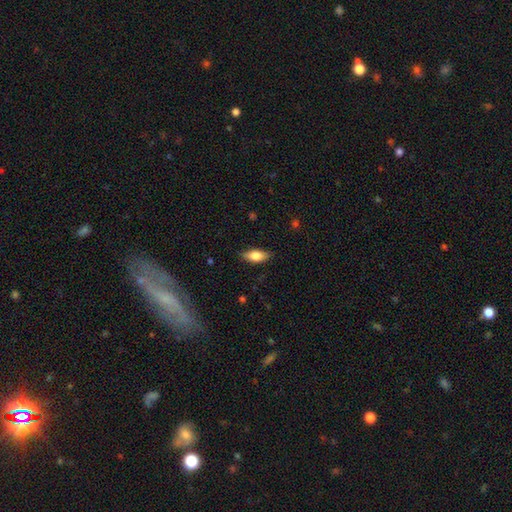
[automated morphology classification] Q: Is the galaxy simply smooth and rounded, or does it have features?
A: smooth — 75%.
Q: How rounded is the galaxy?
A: in between — 81%.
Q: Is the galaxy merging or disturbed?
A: none — 84%.